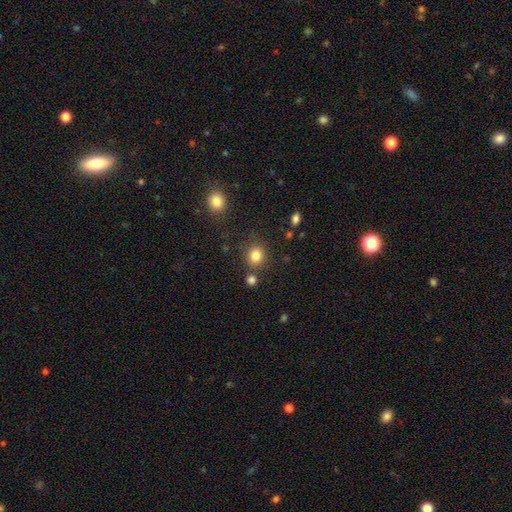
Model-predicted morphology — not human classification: type=smooth (83%); roundness=round (84%); merging=none (80%).